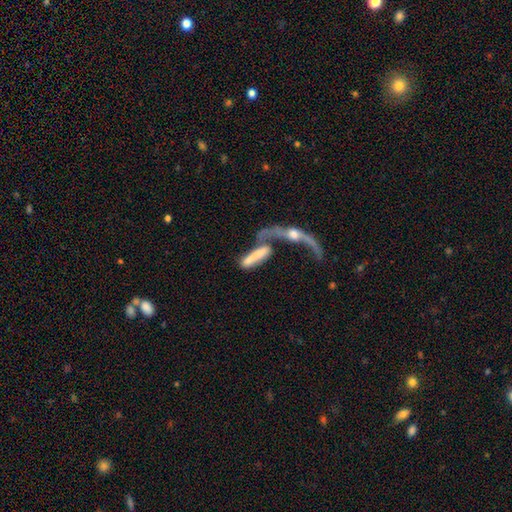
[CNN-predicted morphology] Smooth or featured? Predicted: smooth (p=0.54). How rounded? Predicted: cigar-shaped (p=0.66). Merging? Predicted: merger (p=0.67).